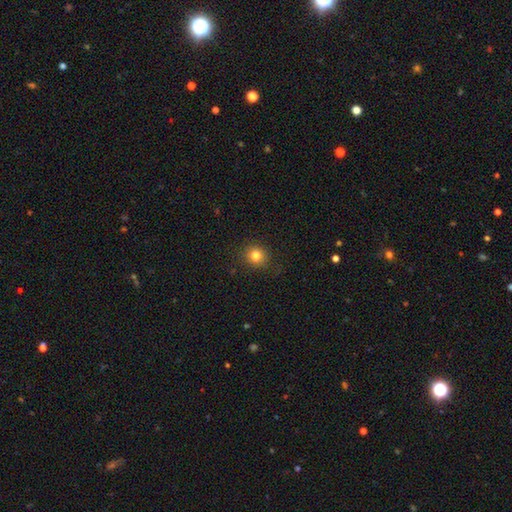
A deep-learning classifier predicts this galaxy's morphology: Smooth or featured? smooth (82%)
How rounded? round (87%)
Merging? none (89%)